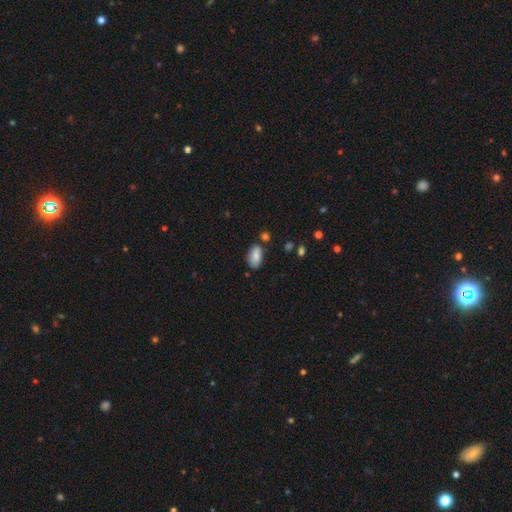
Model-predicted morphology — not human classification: A smooth galaxy with no disk features (81%) that is in between round and cigar-shaped (93%).

Vote fractions:
- Smooth or featured? smooth: 81% / featured or disk: 11% / star or artifact: 8%
- How rounded? in between: 93% / round: 5% / cigar-shaped: 3%
- Merging? none: 66% / minor disturbance: 23% / merger: 7% / major disturbance: 5%